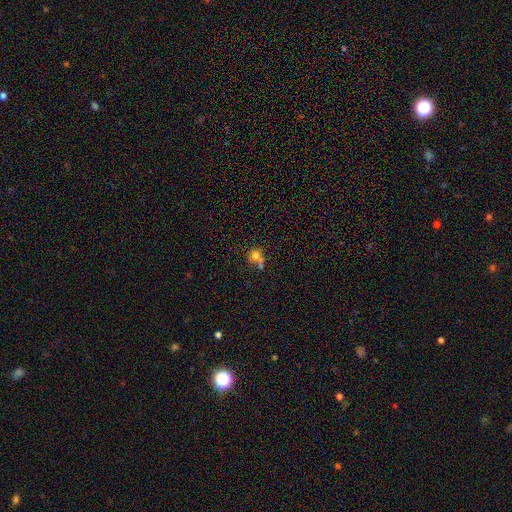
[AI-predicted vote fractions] This is likely a smooth galaxy (73%). How rounded: clearly round (84%). Merging: possibly none (45%).